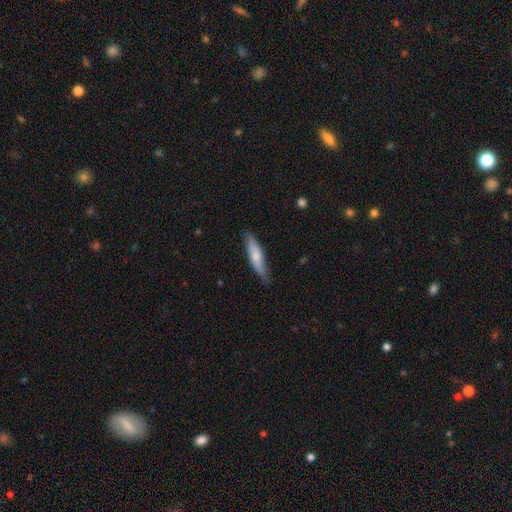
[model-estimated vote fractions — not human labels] A smooth galaxy with no disk features (69%) that is cigar-shaped (79%). Merging: none (80%).